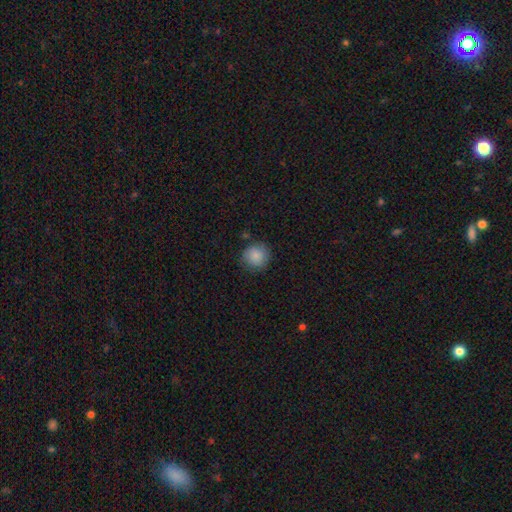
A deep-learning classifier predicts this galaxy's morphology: This is clearly a smooth galaxy (86%). How rounded: clearly round (92%). Merging: clearly none (83%).